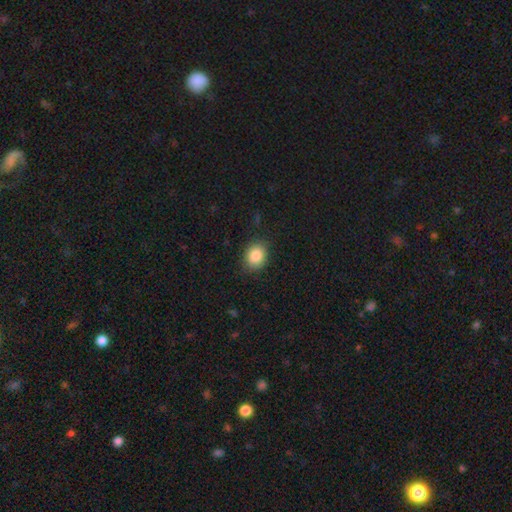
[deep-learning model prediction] smooth_or_featured: smooth (p=0.86) [alt: star or artifact p=0.09]
how_rounded: in between (p=0.52) [alt: round p=0.47]
merging: none (p=0.84) [alt: minor disturbance p=0.12]